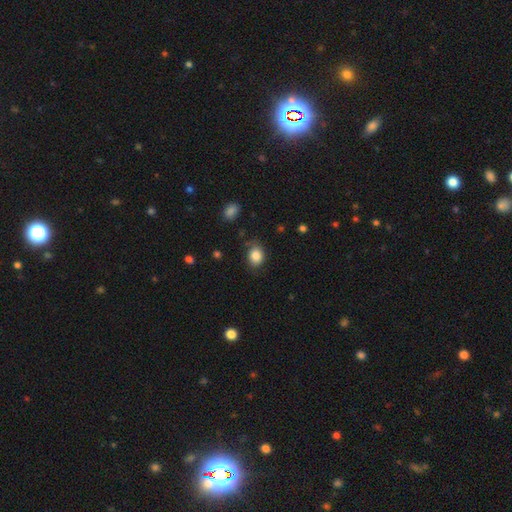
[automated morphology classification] smooth 85%, star or artifact 9%, featured or disk 6%. Down the decision tree: how rounded — in between (54%); merging — none (74%).